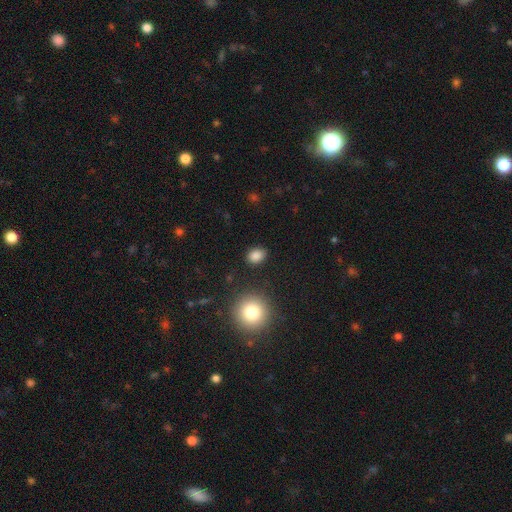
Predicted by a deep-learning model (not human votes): A smooth galaxy with no disk features (85%) that is in between round and cigar-shaped (58%).

Vote fractions:
- Smooth or featured? smooth: 85% / star or artifact: 11% / featured or disk: 4%
- How rounded? in between: 58% / round: 41% / cigar-shaped: 1%
- Merging? none: 86% / minor disturbance: 9% / major disturbance: 3% / merger: 2%